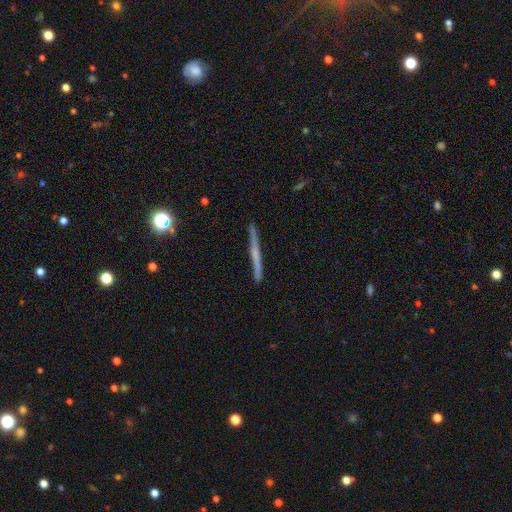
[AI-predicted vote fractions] A featured or disk galaxy (57%) viewed edge-on (97%) with no central bulge (68%).

Vote fractions:
- Smooth or featured? featured or disk: 57% / smooth: 36% / star or artifact: 8%
- Edge-on disk? yes: 97% / no: 3%
- Edge-on bulge? none: 68% / rounded: 25% / boxy: 7%
- Merging? none: 90% / minor disturbance: 7% / major disturbance: 1% / merger: 1%